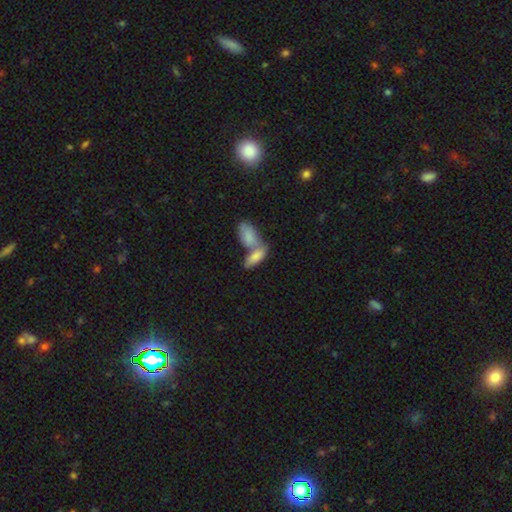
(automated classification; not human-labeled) smooth 80%, featured or disk 14%, star or artifact 7%. Down the decision tree: how rounded — in between (83%); merging — merger (62%).